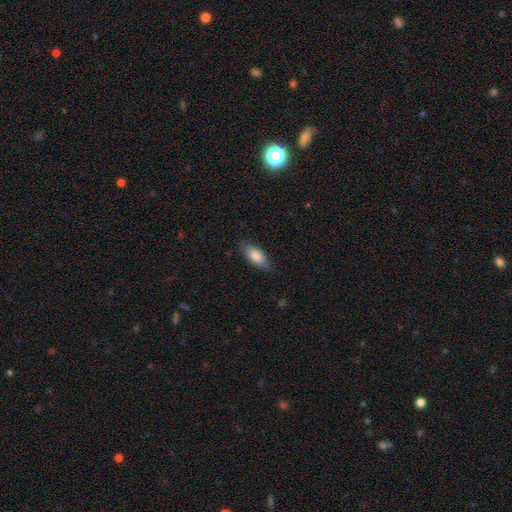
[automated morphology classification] smooth 84%, featured or disk 10%, star or artifact 6%. Down the decision tree: how rounded — in between (84%); merging — none (81%).